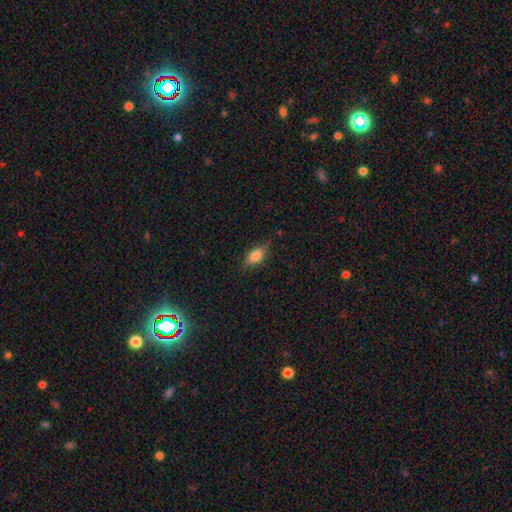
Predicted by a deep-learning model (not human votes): A smooth galaxy with no disk features (75%) that is in between round and cigar-shaped (81%).

Vote fractions:
- Smooth or featured? smooth: 75% / featured or disk: 16% / star or artifact: 9%
- How rounded? in between: 81% / round: 11% / cigar-shaped: 8%
- Merging? none: 77% / minor disturbance: 18% / major disturbance: 4% / merger: 1%